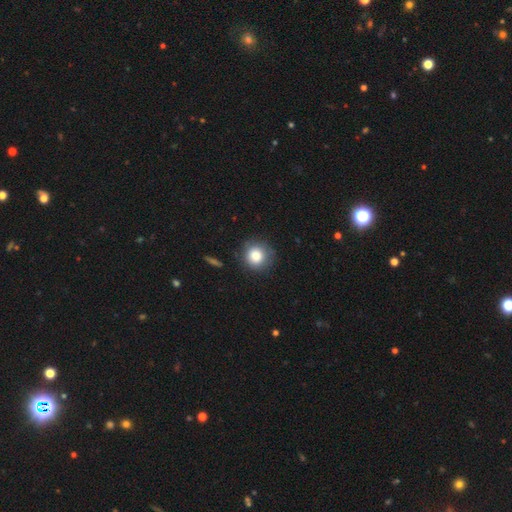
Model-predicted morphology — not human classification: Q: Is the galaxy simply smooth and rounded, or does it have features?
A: smooth — 83%.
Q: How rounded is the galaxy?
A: round — 91%.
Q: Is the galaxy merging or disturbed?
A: none — 83%.